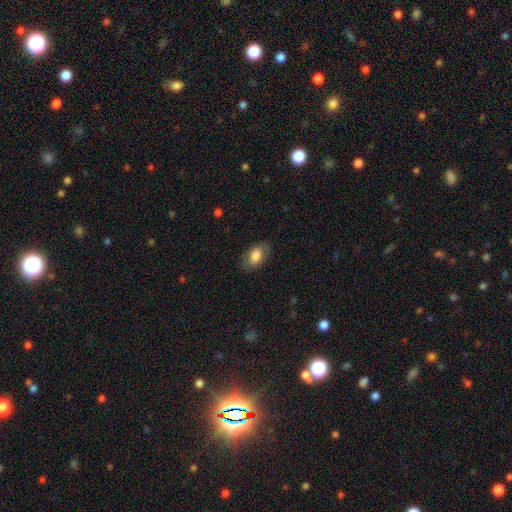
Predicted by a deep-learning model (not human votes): Smooth or featured?
  - smooth: 78% *
  - featured or disk: 16%
  - star or artifact: 7%
How rounded?
  - in between: 91% *
  - round: 7%
  - cigar-shaped: 2%
Merging?
  - none: 78% *
  - minor disturbance: 15%
  - major disturbance: 6%
  - merger: 1%